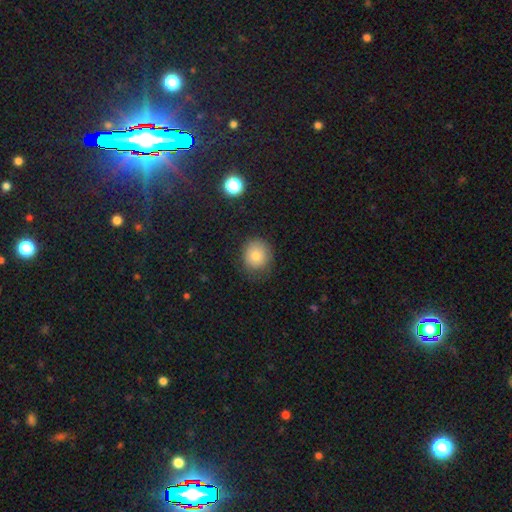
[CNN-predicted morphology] type=smooth (77%); roundness=round (84%); merging=none (78%).